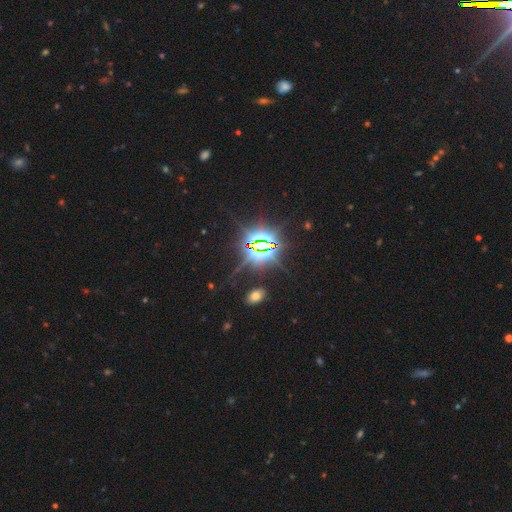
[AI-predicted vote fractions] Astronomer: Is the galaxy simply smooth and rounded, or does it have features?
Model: star or artifact — 81%.